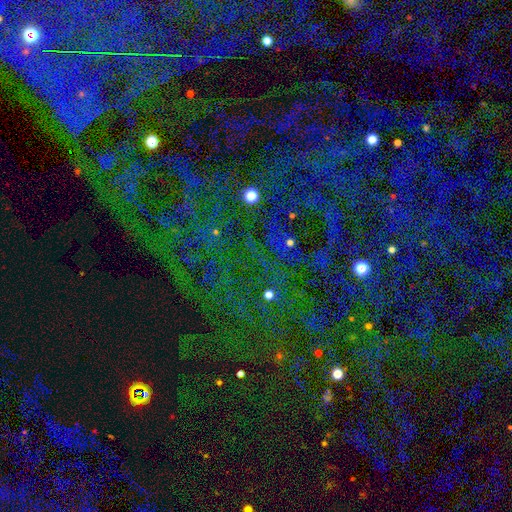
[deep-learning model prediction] star or artifact 81%, smooth 11%, featured or disk 8%.